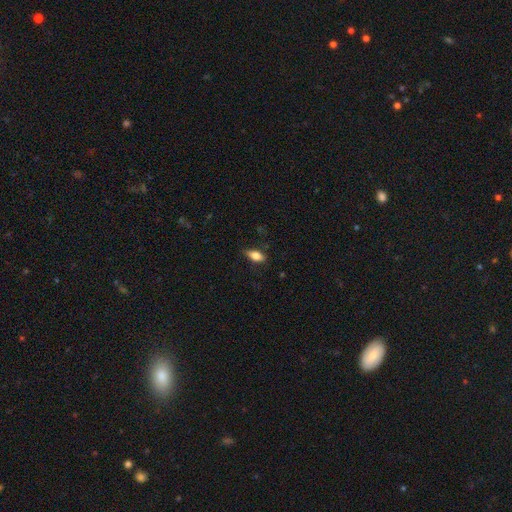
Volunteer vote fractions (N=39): Smooth or featured? 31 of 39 (79%) said smooth. How rounded? 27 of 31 (87%) said in between. Merging? 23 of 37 (62%) said none.